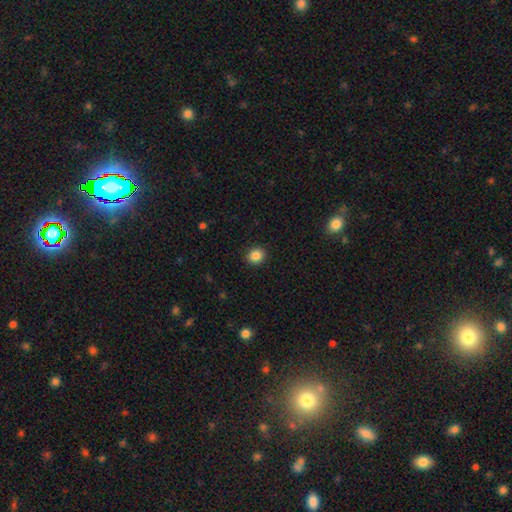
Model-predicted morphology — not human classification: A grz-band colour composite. It shows a smooth galaxy with no disk features (85%) that is round (76%). Merging: none (92%).